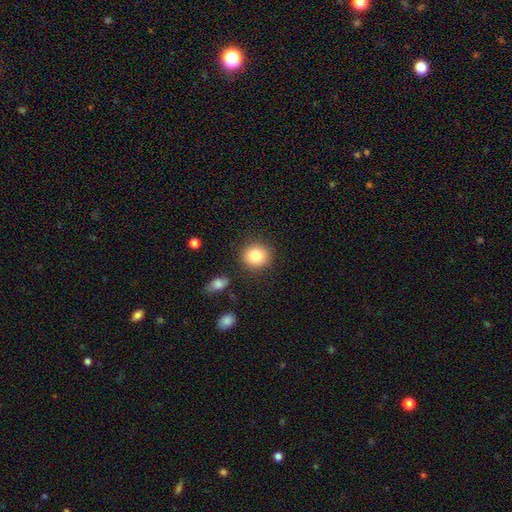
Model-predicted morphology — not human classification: smooth_or_featured: smooth (p=0.84) [alt: star or artifact p=0.09]
how_rounded: round (p=0.89) [alt: in between p=0.10]
merging: none (p=0.87) [alt: minor disturbance p=0.08]